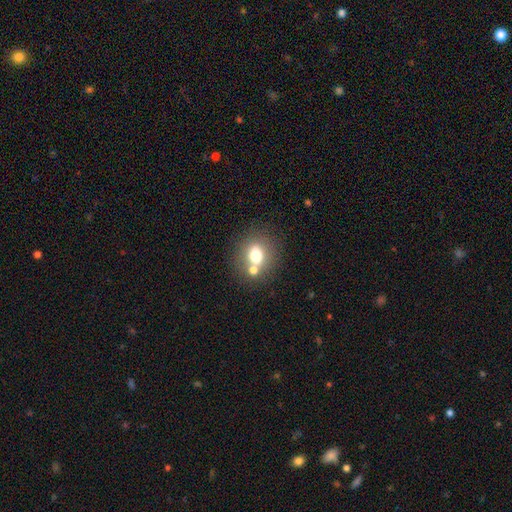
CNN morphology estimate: Overall: smooth (70%). How rounded: round (61%; in between 38%). Merging: none (61%; merger 24%).